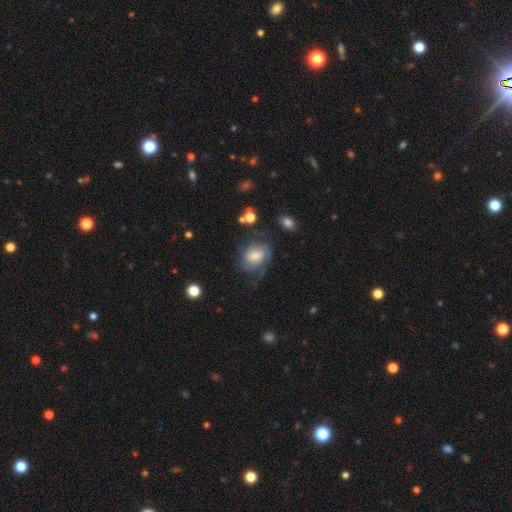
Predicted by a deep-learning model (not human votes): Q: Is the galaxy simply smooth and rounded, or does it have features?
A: featured or disk — 62%.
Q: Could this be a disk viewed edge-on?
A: no — 97%.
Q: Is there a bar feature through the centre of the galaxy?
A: no — 52%.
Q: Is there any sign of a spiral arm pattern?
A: yes — 86%.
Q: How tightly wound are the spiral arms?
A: tight — 43%.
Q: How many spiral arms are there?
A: can't tell — 39%.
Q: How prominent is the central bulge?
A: small — 44%.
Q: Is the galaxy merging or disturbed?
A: none — 53%.